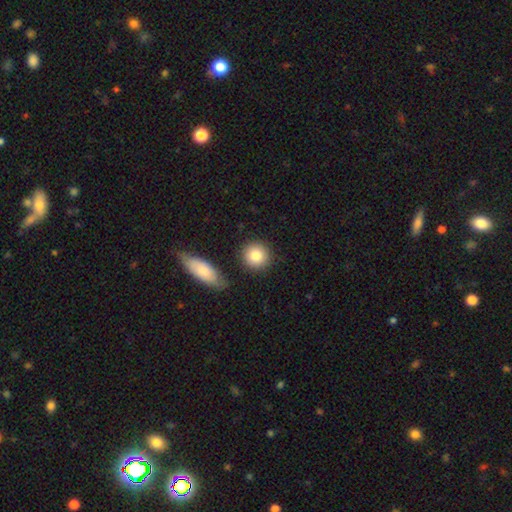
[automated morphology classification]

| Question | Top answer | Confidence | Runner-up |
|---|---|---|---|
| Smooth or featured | smooth | 83% | featured or disk (9%) |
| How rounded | round | 90% | in between (9%) |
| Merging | none | 82% | minor disturbance (9%) |